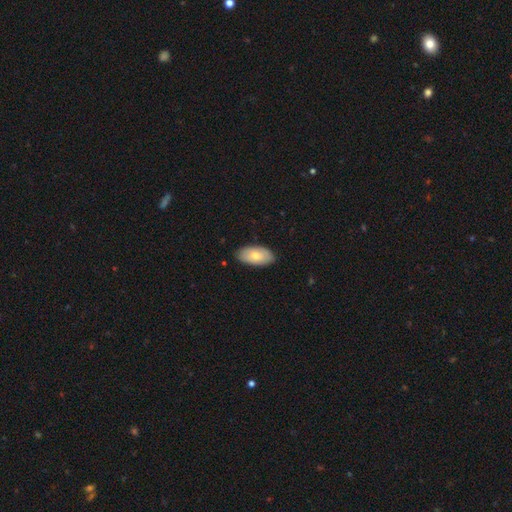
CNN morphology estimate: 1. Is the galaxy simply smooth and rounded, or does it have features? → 73% smooth, 22% featured or disk, 6% star or artifact.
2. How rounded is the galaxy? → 94% in between, 3% cigar-shaped, 3% round.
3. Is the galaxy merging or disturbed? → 84% none, 12% minor disturbance, 2% major disturbance, 1% merger.